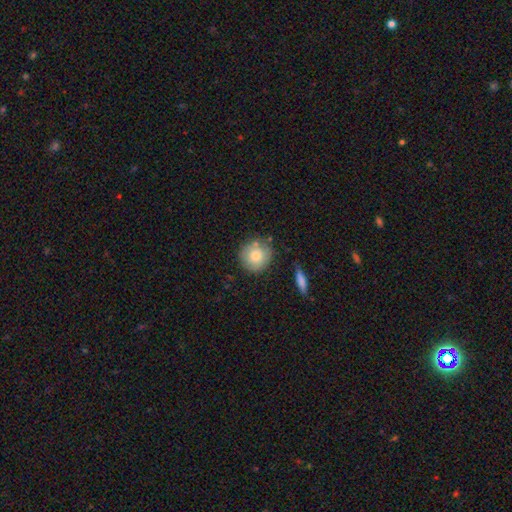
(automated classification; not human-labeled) Q: Smooth or featured?
A: smooth (79%); runner-up: featured or disk (13%)
Q: How rounded?
A: round (91%); runner-up: in between (8%)
Q: Merging?
A: none (76%); runner-up: minor disturbance (15%)